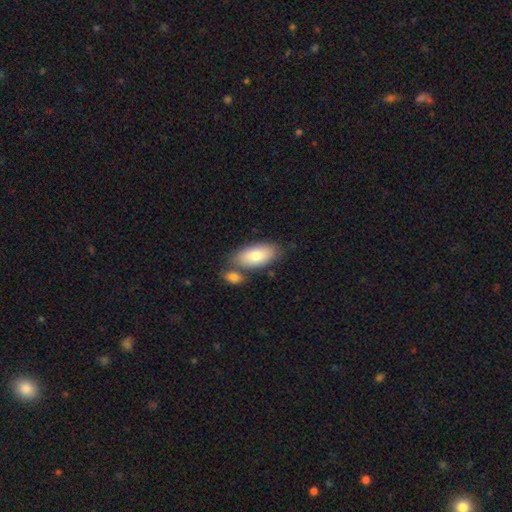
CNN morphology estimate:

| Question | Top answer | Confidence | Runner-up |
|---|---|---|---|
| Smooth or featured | smooth | 79% | featured or disk (15%) |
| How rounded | in between | 92% | cigar-shaped (6%) |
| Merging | none | 62% | merger (21%) |